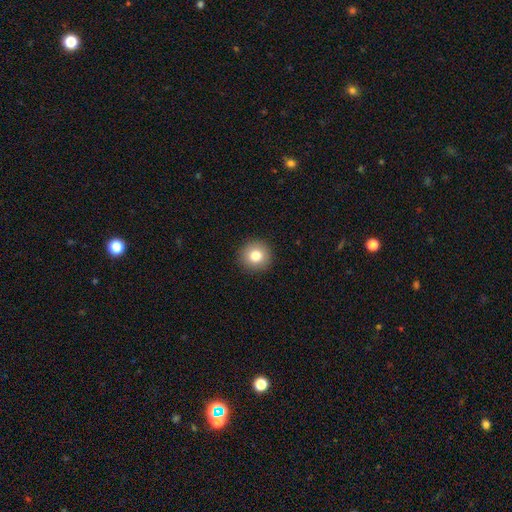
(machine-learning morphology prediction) Smooth or featured? Predicted: smooth (p=0.80). How rounded? Predicted: round (p=0.94). Merging? Predicted: none (p=0.92).